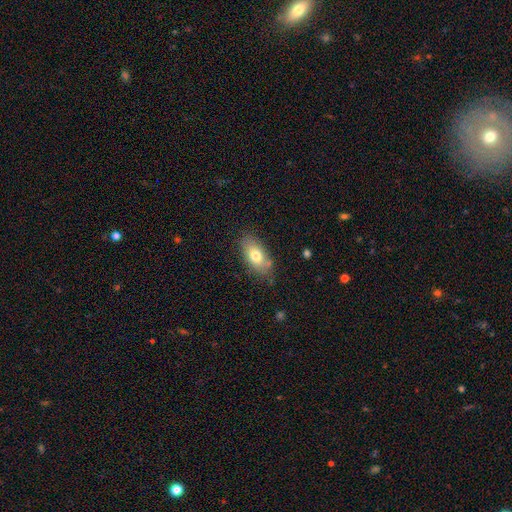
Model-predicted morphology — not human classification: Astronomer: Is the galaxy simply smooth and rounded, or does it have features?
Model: smooth — 75%.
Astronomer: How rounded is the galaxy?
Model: in between — 90%.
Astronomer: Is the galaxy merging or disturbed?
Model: none — 76%.